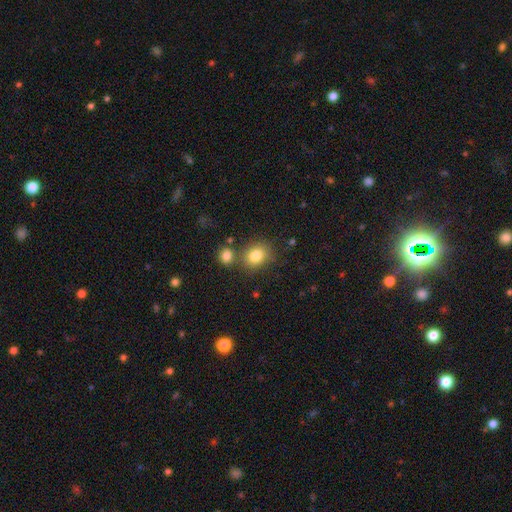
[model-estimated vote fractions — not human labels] A smooth galaxy with no disk features (82%) that is round (53%).

Vote fractions:
- Smooth or featured? smooth: 82% / star or artifact: 10% / featured or disk: 8%
- How rounded? round: 53% / in between: 46% / cigar-shaped: 1%
- Merging? none: 67% / merger: 18% / minor disturbance: 12% / major disturbance: 4%